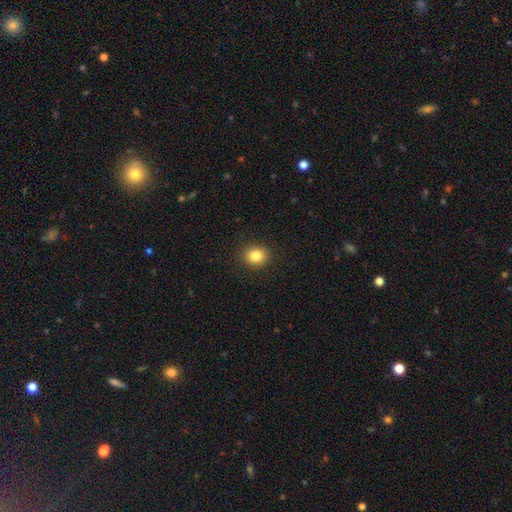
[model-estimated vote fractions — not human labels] smooth-or-featured: smooth: 83% | star or artifact: 11% | featured or disk: 6%
  how-rounded: round: 75% | in between: 24% | cigar-shaped: 1%
  merging: none: 91% | minor disturbance: 6% | major disturbance: 2% | merger: 1%